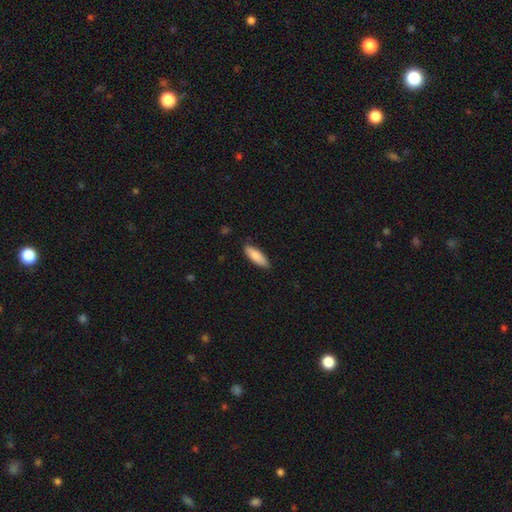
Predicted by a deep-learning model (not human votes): smooth 84%, featured or disk 10%, star or artifact 5%. Down the decision tree: how rounded — in between (55%); merging — none (85%).